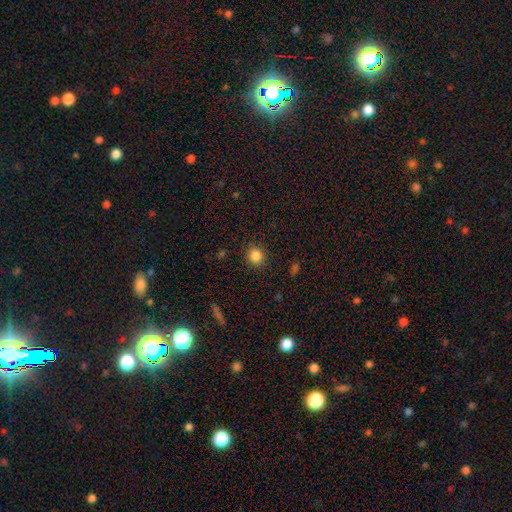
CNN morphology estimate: A smooth galaxy with no disk features (85%) that is round (86%). Merging: none (88%).